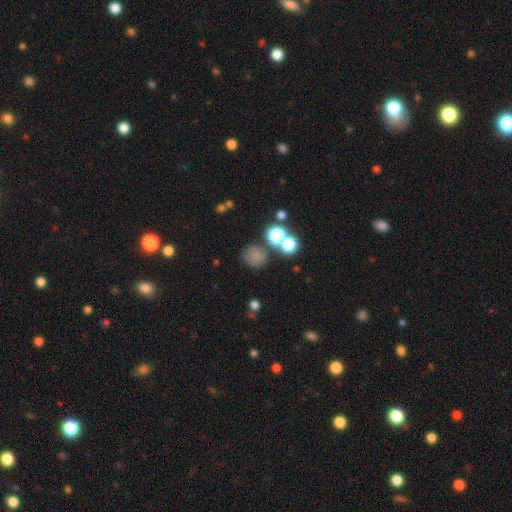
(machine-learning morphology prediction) Smooth or featured? smooth (72%)
How rounded? round (83%)
Merging? none (67%)